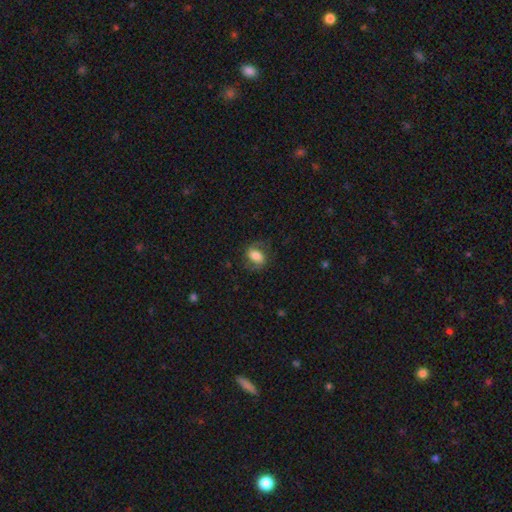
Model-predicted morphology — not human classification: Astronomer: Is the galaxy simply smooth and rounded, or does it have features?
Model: smooth — 64%.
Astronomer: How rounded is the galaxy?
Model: in between — 73%.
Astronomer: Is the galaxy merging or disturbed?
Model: none — 68%.